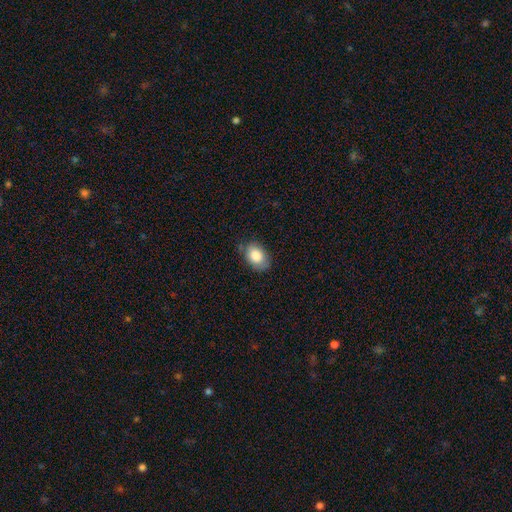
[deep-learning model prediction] Smooth or featured? Predicted: smooth (p=0.84). How rounded? Predicted: in between (p=0.83). Merging? Predicted: none (p=0.76).